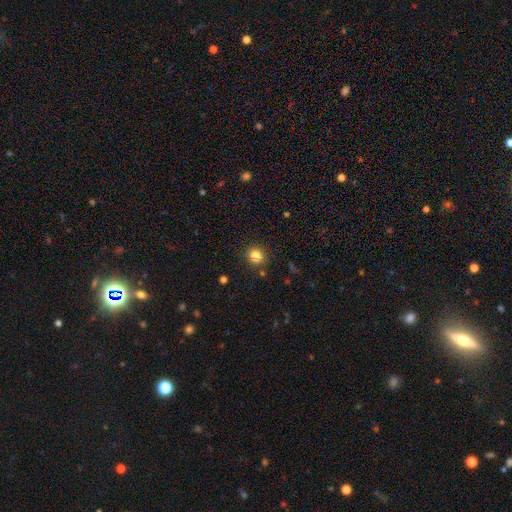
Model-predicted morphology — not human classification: type=smooth (82%); roundness=round (90%); merging=none (87%).